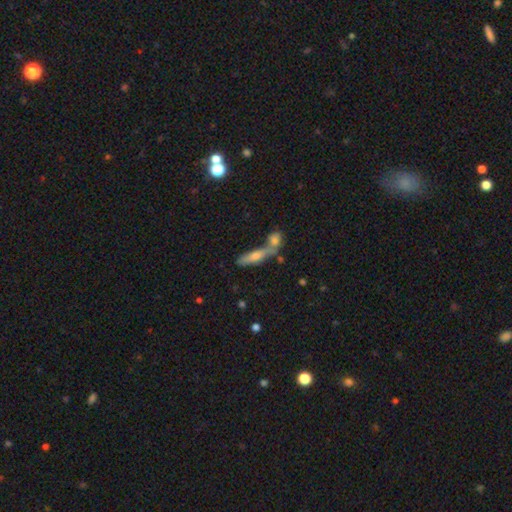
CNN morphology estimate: The model was most divided on "merging": merger: 44%, none: 41%, minor disturbance: 10%, major disturbance: 5%. More confident: how rounded — cigar-shaped (69%); smooth or featured — smooth (50%).